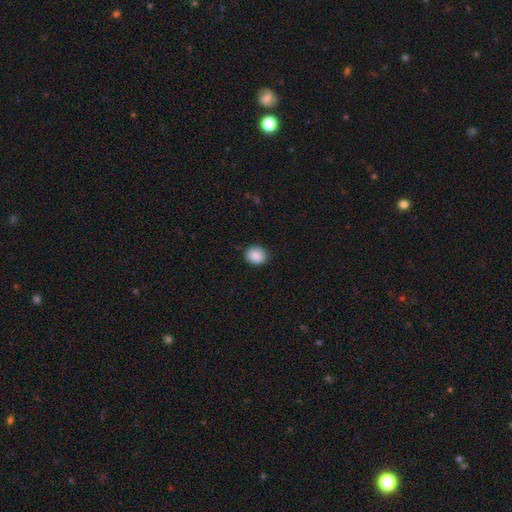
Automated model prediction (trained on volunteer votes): Smooth or featured?
  - smooth: 88% *
  - star or artifact: 8%
  - featured or disk: 4%
How rounded?
  - round: 67% *
  - in between: 32%
  - cigar-shaped: 1%
Merging?
  - none: 87% *
  - minor disturbance: 10%
  - major disturbance: 2%
  - merger: 1%